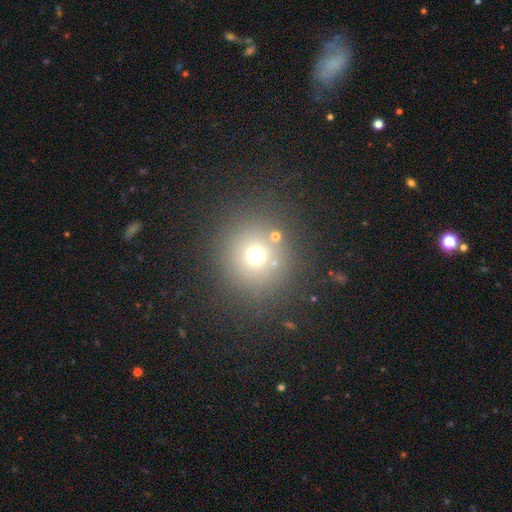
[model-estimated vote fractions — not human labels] Smooth or featured? Predicted: smooth (p=0.65). How rounded? Predicted: round (p=0.93). Merging? Predicted: none (p=0.81).